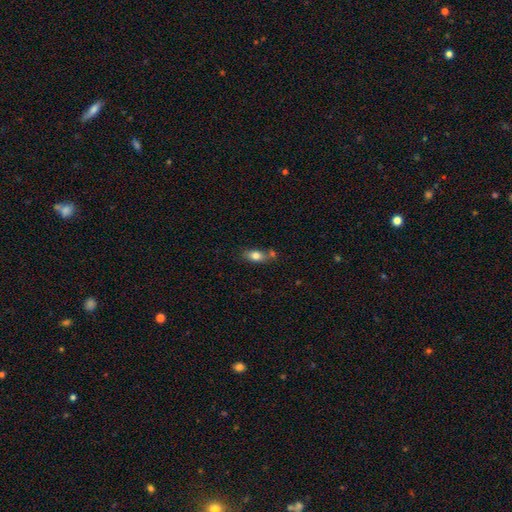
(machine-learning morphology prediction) This appears to be a smooth galaxy with no disk features (78%) that is in between round and cigar-shaped (83%). Merging: none (56%).